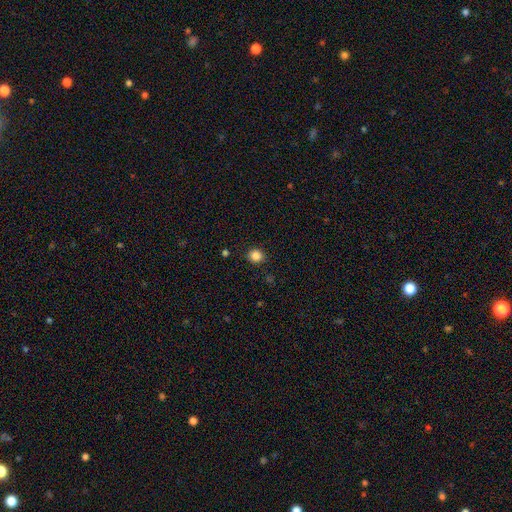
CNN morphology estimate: Smooth or featured? Predicted: smooth (p=0.85). How rounded? Predicted: round (p=0.86). Merging? Predicted: none (p=0.90).